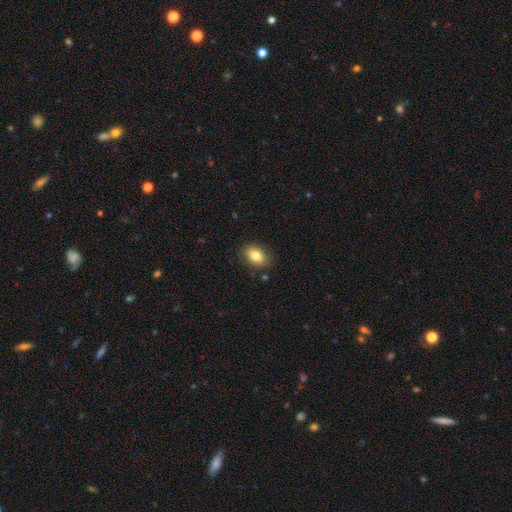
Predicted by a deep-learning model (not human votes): This appears to be a smooth galaxy with no disk features (82%) that is in between round and cigar-shaped (76%). Merging: none (85%).